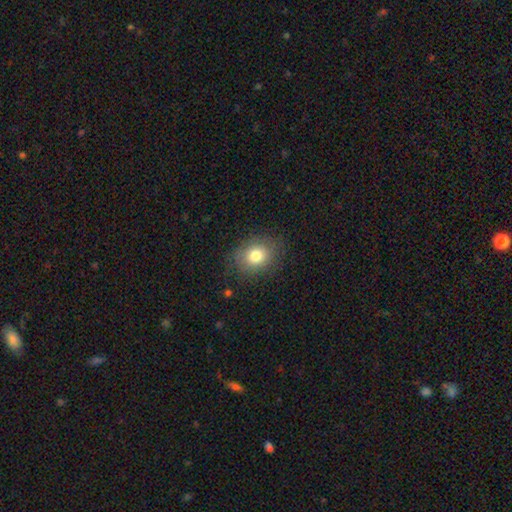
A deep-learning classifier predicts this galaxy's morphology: A smooth galaxy with no disk features (78%) that is round (54%).

Vote fractions:
- Smooth or featured? smooth: 78% / featured or disk: 12% / star or artifact: 11%
- How rounded? round: 54% / in between: 45% / cigar-shaped: 1%
- Merging? none: 81% / minor disturbance: 13% / major disturbance: 4% / merger: 1%